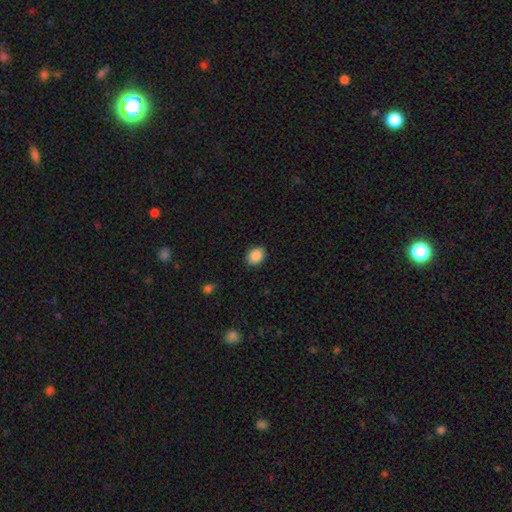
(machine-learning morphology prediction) Smooth or featured? Predicted: smooth (p=0.89). How rounded? Predicted: in between (p=0.56). Merging? Predicted: none (p=0.89).